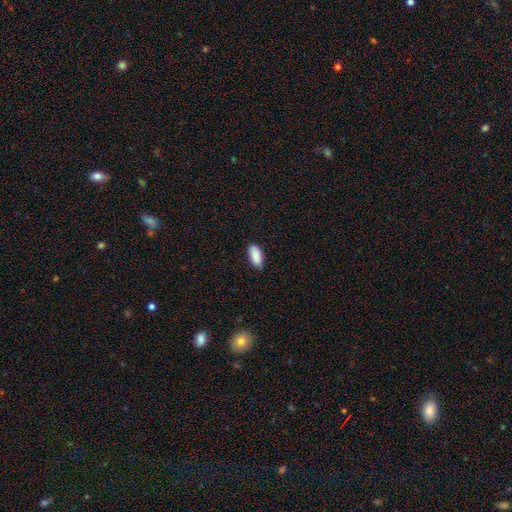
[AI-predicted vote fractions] This appears to be a smooth galaxy with no disk features (89%) that is in between round and cigar-shaped (85%). Merging: none (81%).